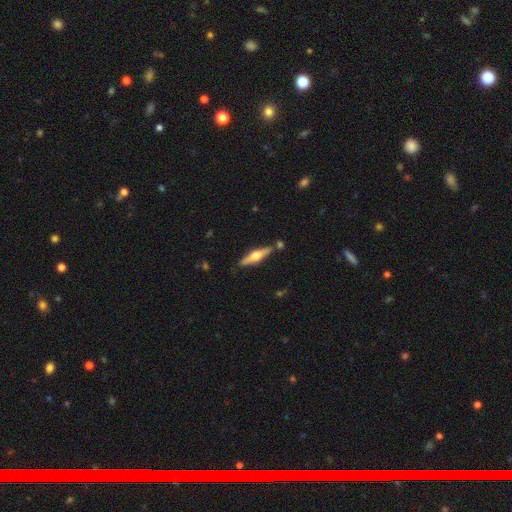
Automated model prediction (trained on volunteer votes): A featured or disk galaxy (67%) viewed edge-on (96%) with a rounded central bulge (94%).

Vote fractions:
- Smooth or featured? featured or disk: 67% / smooth: 27% / star or artifact: 6%
- Edge-on disk? yes: 96% / no: 4%
- Edge-on bulge? rounded: 94% / boxy: 4% / none: 2%
- Merging? none: 81% / minor disturbance: 10% / merger: 6% / major disturbance: 2%